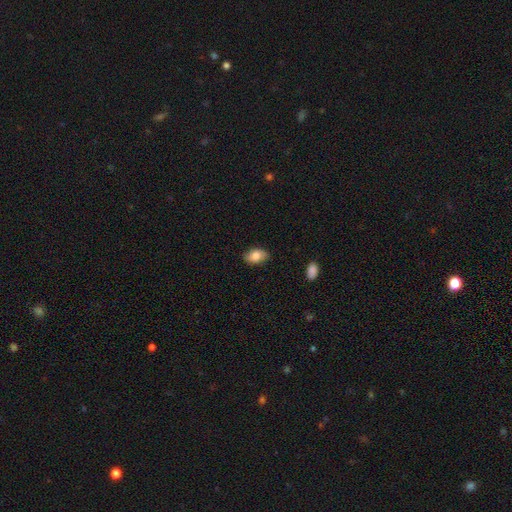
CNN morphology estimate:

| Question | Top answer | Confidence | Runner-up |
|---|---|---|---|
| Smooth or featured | smooth | 81% | featured or disk (12%) |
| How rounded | in between | 89% | round (9%) |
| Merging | none | 81% | minor disturbance (15%) |